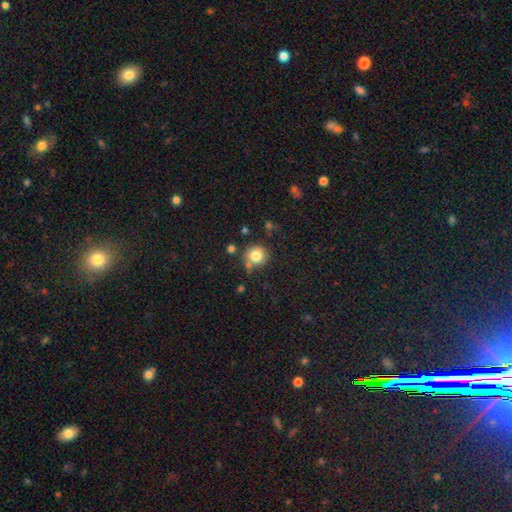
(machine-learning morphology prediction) smooth-or-featured: smooth: 82% | star or artifact: 11% | featured or disk: 7%
  how-rounded: round: 90% | in between: 9% | cigar-shaped: 1%
  merging: none: 77% | minor disturbance: 12% | merger: 8% | major disturbance: 3%